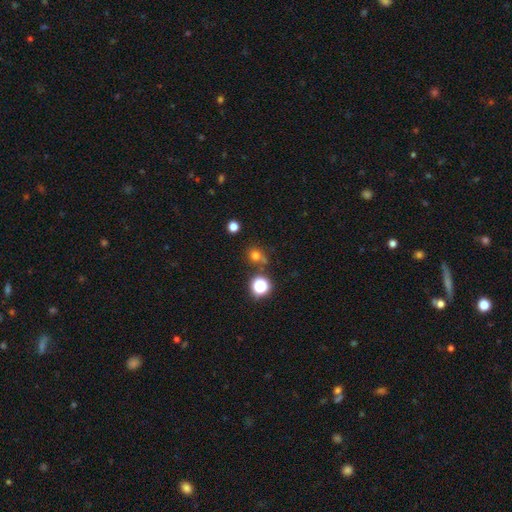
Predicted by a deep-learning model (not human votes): Morphology: type=smooth (69%); roundness=round (82%); merging=none (64%).